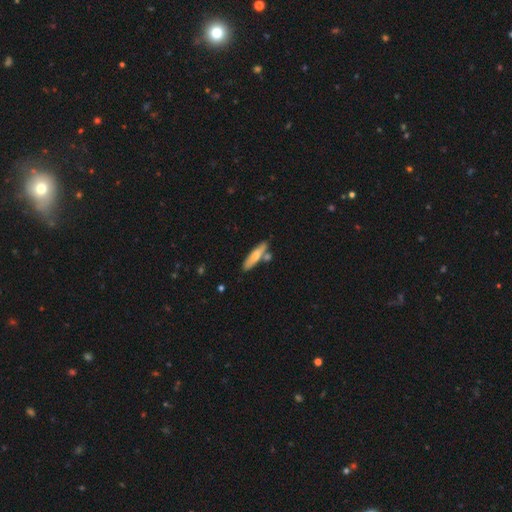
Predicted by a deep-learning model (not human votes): Q: Smooth or featured?
A: smooth (69%); runner-up: featured or disk (25%)
Q: How rounded?
A: cigar-shaped (74%); runner-up: in between (24%)
Q: Merging?
A: none (66%); runner-up: merger (16%)